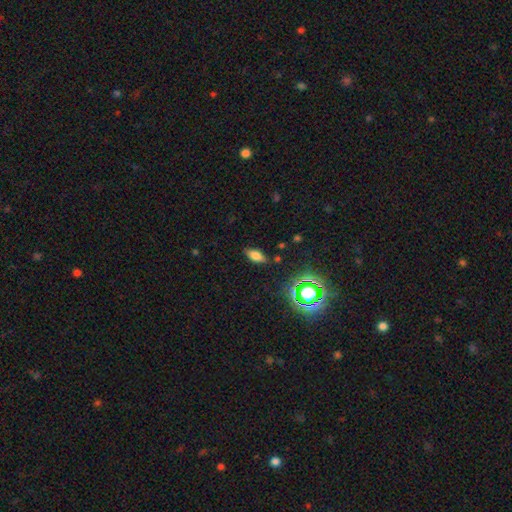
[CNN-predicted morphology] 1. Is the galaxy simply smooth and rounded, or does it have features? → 69% smooth, 18% star or artifact, 13% featured or disk.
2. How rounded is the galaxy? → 83% in between, 11% cigar-shaped, 6% round.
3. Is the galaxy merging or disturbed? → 83% none, 12% minor disturbance, 3% major disturbance, 2% merger.